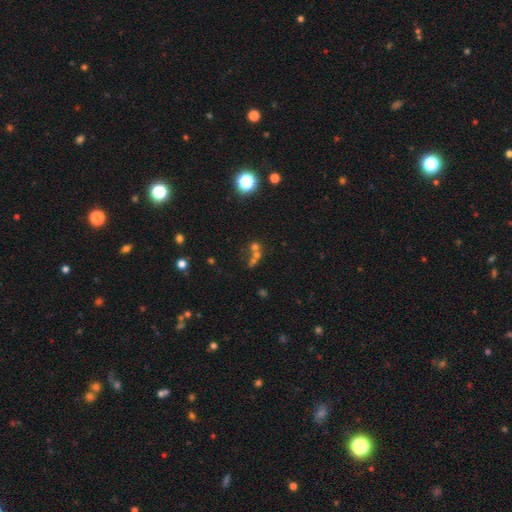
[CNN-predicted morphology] This appears to be a smooth galaxy with no disk features (48%). Merging: merger (54%).